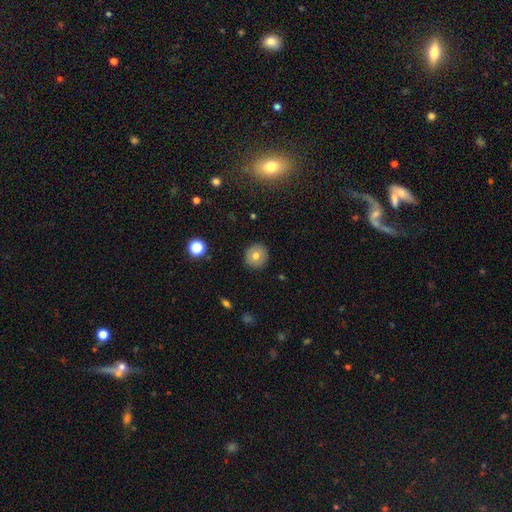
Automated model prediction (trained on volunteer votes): This appears to be a smooth galaxy with no disk features (72%) that is round (91%). Merging: none (90%).